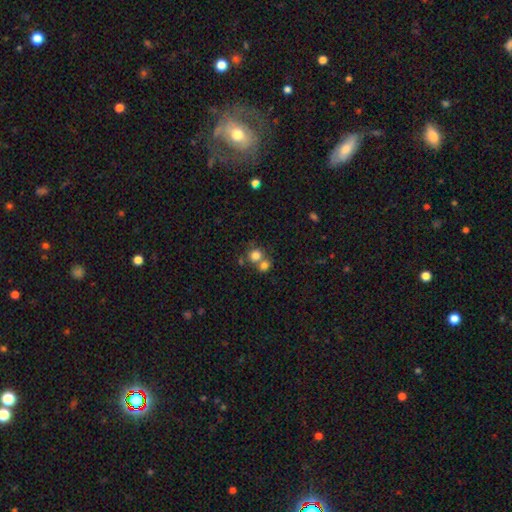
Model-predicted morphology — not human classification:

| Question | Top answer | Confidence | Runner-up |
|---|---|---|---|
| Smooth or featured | smooth | 77% | star or artifact (12%) |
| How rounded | round | 80% | in between (19%) |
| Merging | merger | 47% | none (41%) |